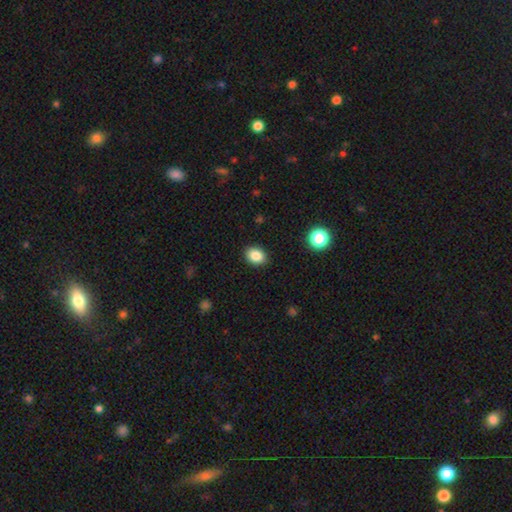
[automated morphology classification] A smooth galaxy with no disk features (86%) that is in between round and cigar-shaped (60%). Merging: none (90%).